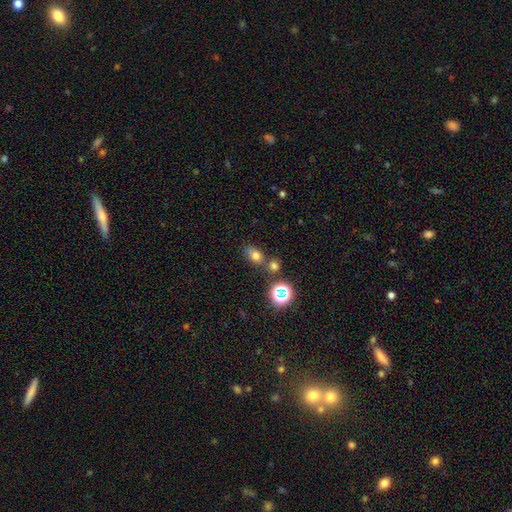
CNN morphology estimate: This appears to be a smooth galaxy with no disk features (72%) that is in between round and cigar-shaped (67%). Merging: none (62%).